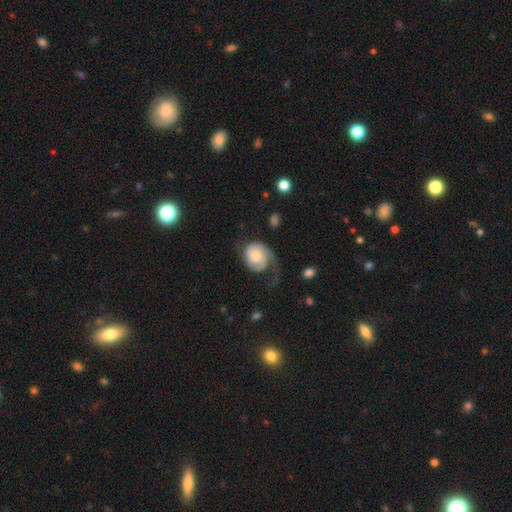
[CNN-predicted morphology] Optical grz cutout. It shows a featured or disk galaxy (62%) with no bar (75%), 1 (54%) loose (40%) spiral arms (90%) and a small central bulge (36%, tied with moderate). Merging: major disturbance (40%).